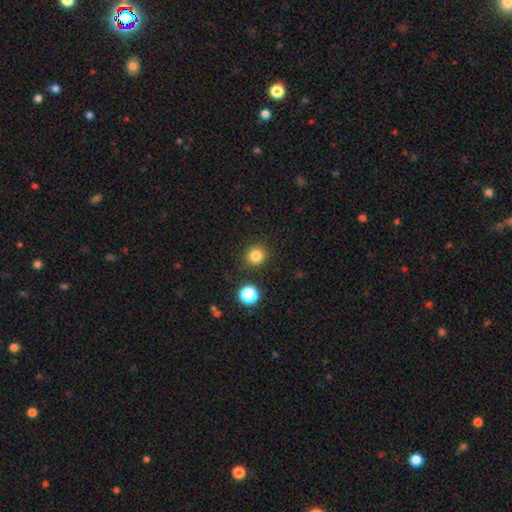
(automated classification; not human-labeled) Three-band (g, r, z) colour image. It shows a smooth galaxy with no disk features (82%) that is round (88%). Merging: none (88%).